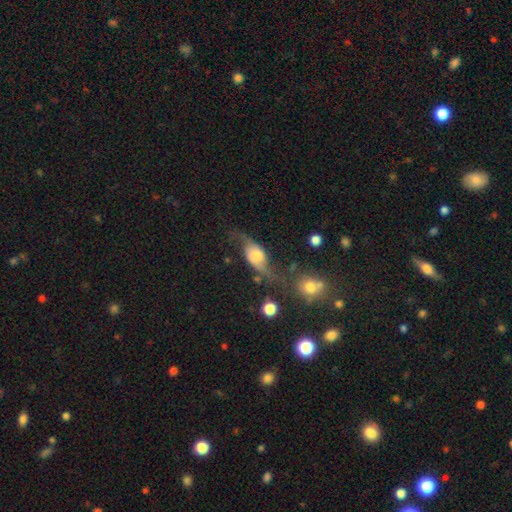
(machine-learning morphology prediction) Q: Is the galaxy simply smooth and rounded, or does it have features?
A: featured or disk — 68%.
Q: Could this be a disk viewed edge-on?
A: no — 85%.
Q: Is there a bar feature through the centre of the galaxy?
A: no — 65%.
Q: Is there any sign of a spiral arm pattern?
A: yes — 90%.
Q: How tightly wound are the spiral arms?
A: loose — 88%.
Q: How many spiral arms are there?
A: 2 — 92%.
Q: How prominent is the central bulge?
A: large — 30%.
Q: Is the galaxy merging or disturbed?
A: none — 45%.